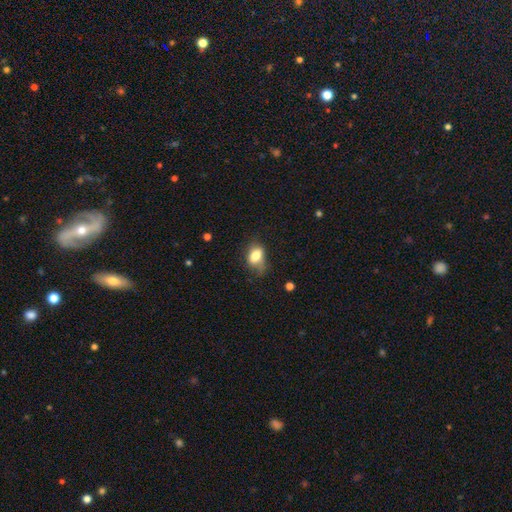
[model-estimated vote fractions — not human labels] This is likely a smooth galaxy (76%). How rounded: clearly in between (80%). Merging: marginally none (43%).